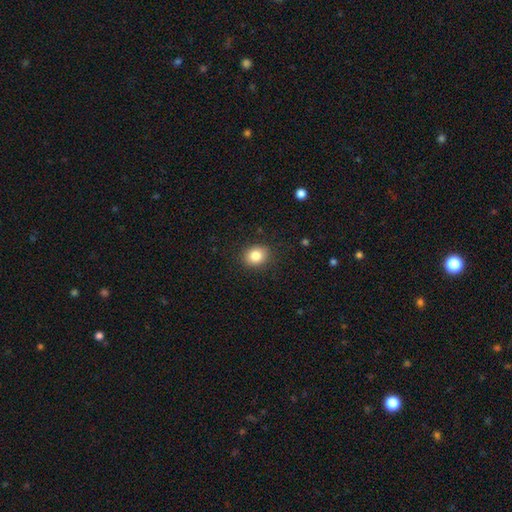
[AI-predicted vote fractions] Smooth or featured?
  - smooth: 84% *
  - star or artifact: 10%
  - featured or disk: 6%
How rounded?
  - round: 64% *
  - in between: 35%
  - cigar-shaped: 1%
Merging?
  - none: 88% *
  - minor disturbance: 9%
  - major disturbance: 3%
  - merger: 1%